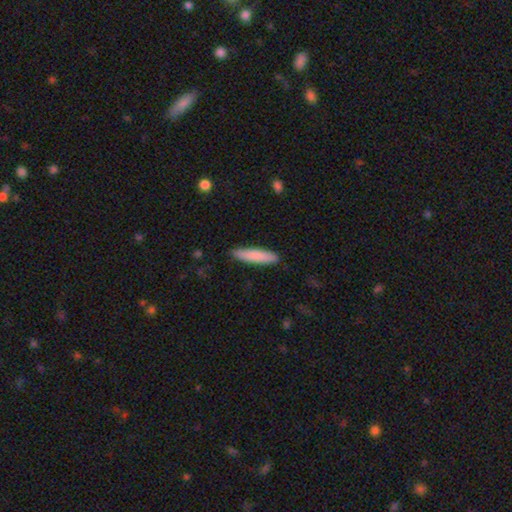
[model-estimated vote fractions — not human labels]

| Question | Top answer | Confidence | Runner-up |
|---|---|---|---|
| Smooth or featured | smooth | 84% | featured or disk (11%) |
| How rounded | cigar-shaped | 85% | in between (14%) |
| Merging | none | 90% | minor disturbance (7%) |